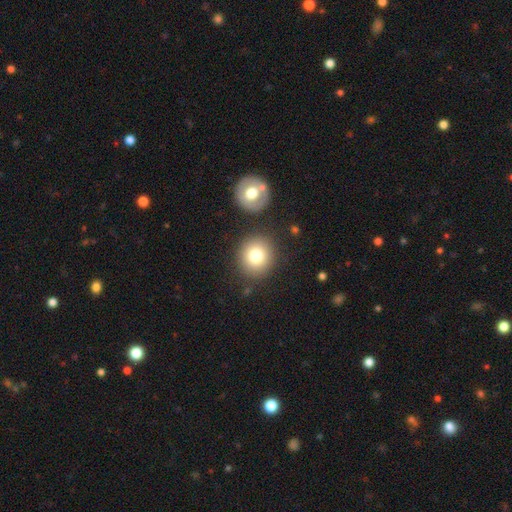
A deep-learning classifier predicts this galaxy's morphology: Q: Smooth or featured?
A: smooth (77%); runner-up: featured or disk (12%)
Q: How rounded?
A: round (89%); runner-up: in between (10%)
Q: Merging?
A: none (81%); runner-up: minor disturbance (8%)